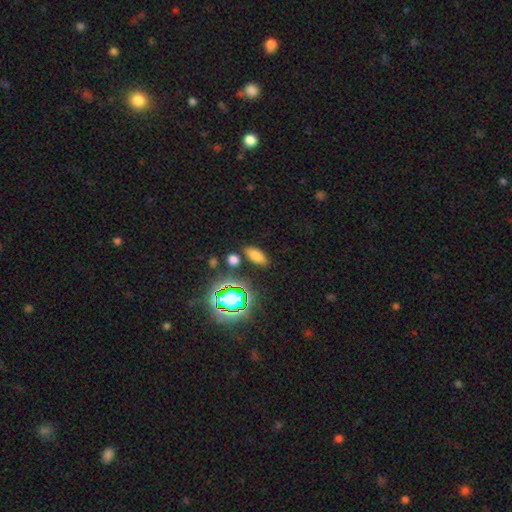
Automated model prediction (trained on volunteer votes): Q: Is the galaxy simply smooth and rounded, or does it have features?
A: smooth — 71%.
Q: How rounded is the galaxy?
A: in between — 81%.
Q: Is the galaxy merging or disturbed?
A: none — 84%.